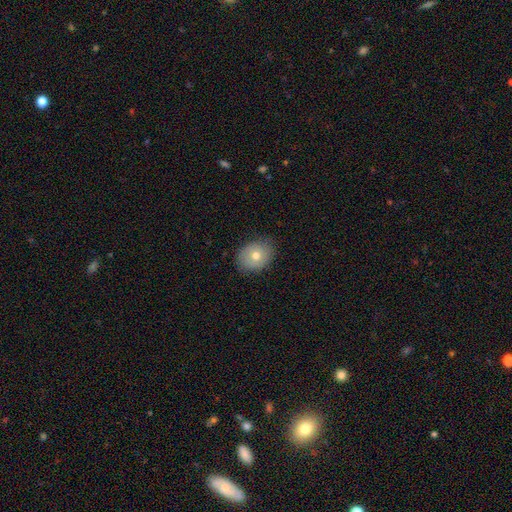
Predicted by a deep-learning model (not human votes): Q: Smooth or featured?
A: smooth (69%); runner-up: featured or disk (22%)
Q: How rounded?
A: in between (54%); runner-up: round (45%)
Q: Merging?
A: none (82%); runner-up: minor disturbance (14%)